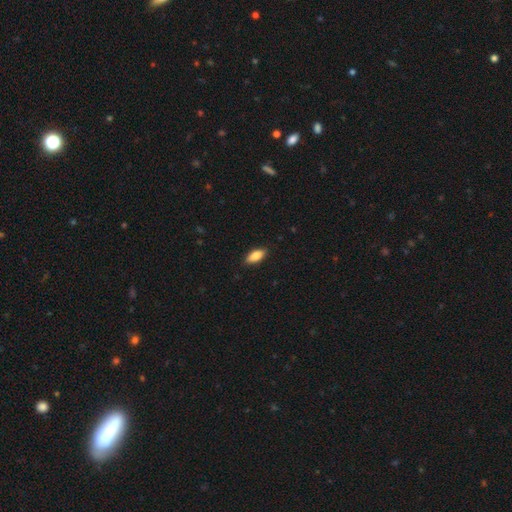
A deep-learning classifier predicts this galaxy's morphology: smooth 81%, featured or disk 12%, star or artifact 6%. Down the decision tree: how rounded — in between (82%); merging — none (87%).